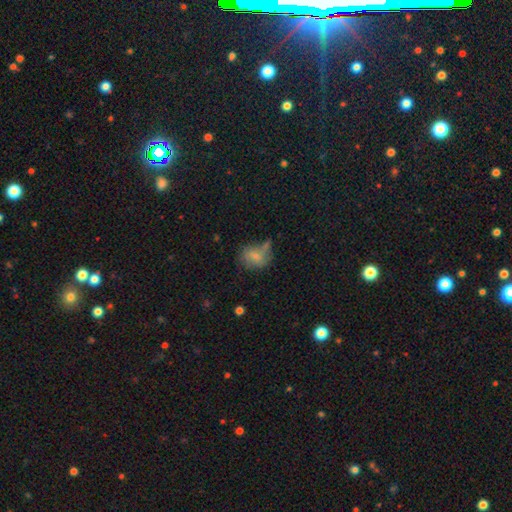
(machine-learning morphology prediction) smooth 70%, featured or disk 20%, star or artifact 10%. Down the decision tree: how rounded — in between (57%); merging — none (45%).